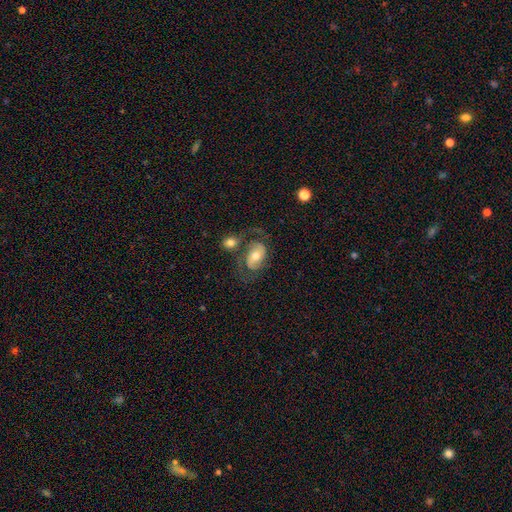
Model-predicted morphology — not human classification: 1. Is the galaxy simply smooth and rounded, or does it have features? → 63% featured or disk, 30% smooth, 7% star or artifact.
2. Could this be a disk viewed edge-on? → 96% no, 4% yes.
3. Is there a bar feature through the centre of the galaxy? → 55% no, 33% weak, 13% strong.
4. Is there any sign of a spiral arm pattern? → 84% yes, 16% no.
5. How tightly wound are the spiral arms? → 45% medium, 34% loose, 21% tight.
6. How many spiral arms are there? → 82% 2, 8% can't tell, 6% 1, 1% 3, 1% 4, 1% more than 4.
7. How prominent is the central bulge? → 71% moderate, 19% small, 7% large, 1% dominant, 1% none.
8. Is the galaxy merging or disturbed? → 44% none, 23% merger, 17% minor disturbance, 17% major disturbance.